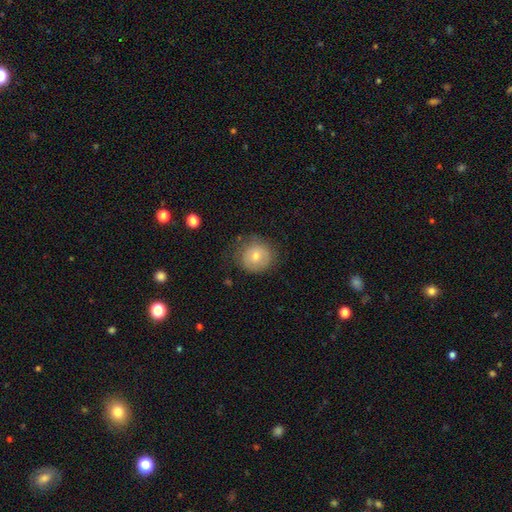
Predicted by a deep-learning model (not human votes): This appears to be a smooth galaxy with no disk features (65%) that is round (88%). Merging: none (70%).